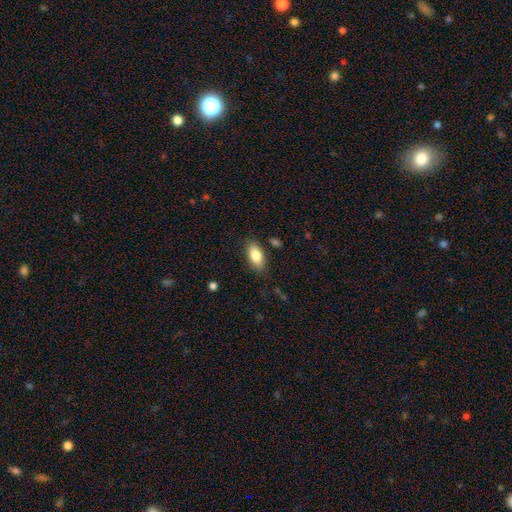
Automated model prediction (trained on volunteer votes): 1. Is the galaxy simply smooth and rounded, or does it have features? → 82% smooth, 11% featured or disk, 7% star or artifact.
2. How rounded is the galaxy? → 90% in between, 7% cigar-shaped, 4% round.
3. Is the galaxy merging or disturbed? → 83% none, 12% minor disturbance, 3% major disturbance, 2% merger.